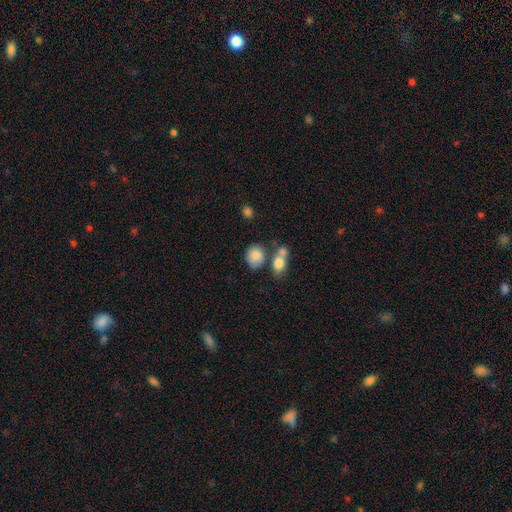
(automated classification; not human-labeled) Smooth or featured?
  - smooth: 83% *
  - featured or disk: 9%
  - star or artifact: 8%
How rounded?
  - round: 58% *
  - in between: 41%
  - cigar-shaped: 1%
Merging?
  - none: 49% *
  - merger: 29%
  - minor disturbance: 16%
  - major disturbance: 6%